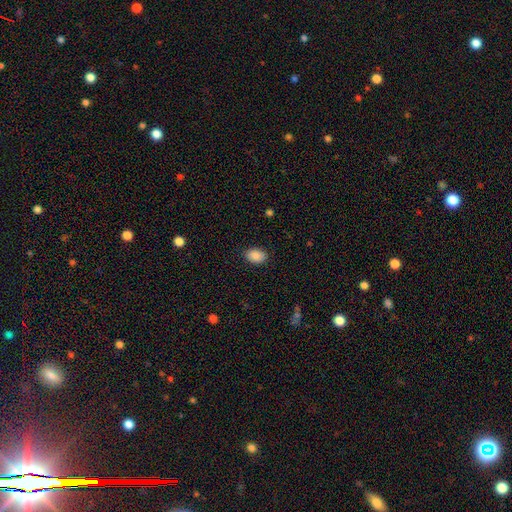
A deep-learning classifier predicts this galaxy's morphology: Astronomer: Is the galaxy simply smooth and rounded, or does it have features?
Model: smooth — 89%.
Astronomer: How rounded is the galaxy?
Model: in between — 85%.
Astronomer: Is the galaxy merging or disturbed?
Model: none — 88%.